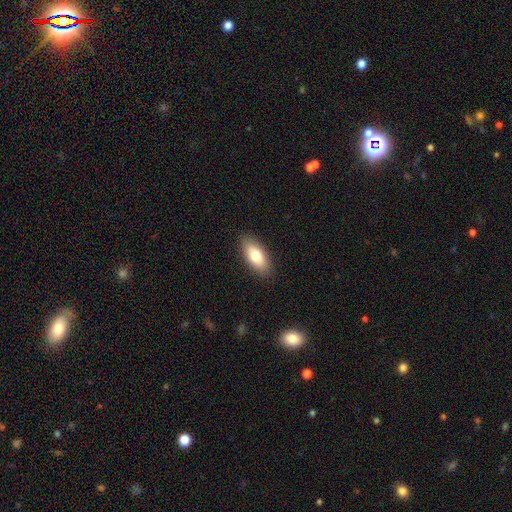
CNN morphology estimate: A smooth galaxy with no disk features (77%) that is in between round and cigar-shaped (86%).

Vote fractions:
- Smooth or featured? smooth: 77% / featured or disk: 17% / star or artifact: 6%
- How rounded? in between: 86% / cigar-shaped: 11% / round: 3%
- Merging? none: 89% / minor disturbance: 8% / major disturbance: 2% / merger: 1%